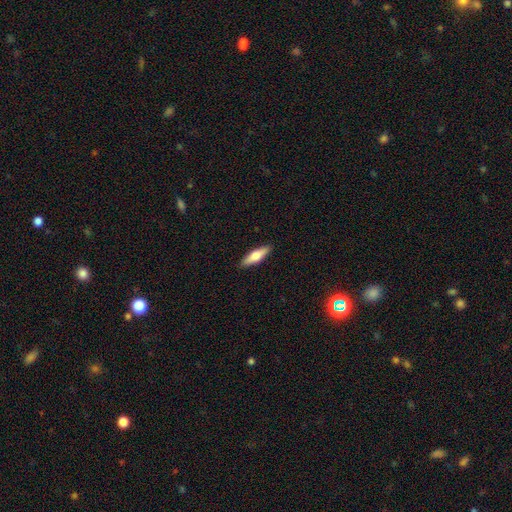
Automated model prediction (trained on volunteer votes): Overall: smooth (62%; featured or disk 32%). How rounded: cigar-shaped (59%; in between 39%). Merging: none (90%).